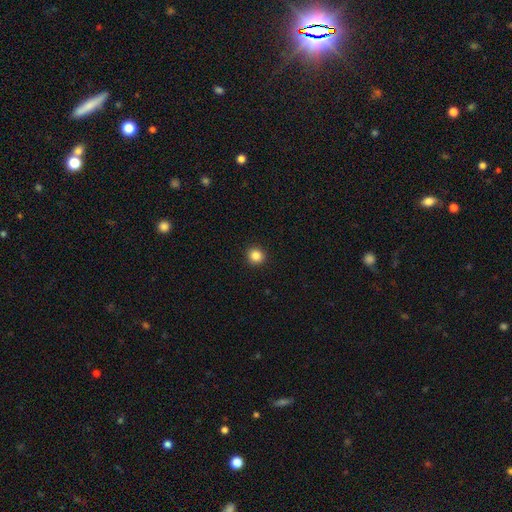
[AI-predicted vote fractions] This appears to be a smooth galaxy with no disk features (85%) that is round (93%). Merging: none (93%).